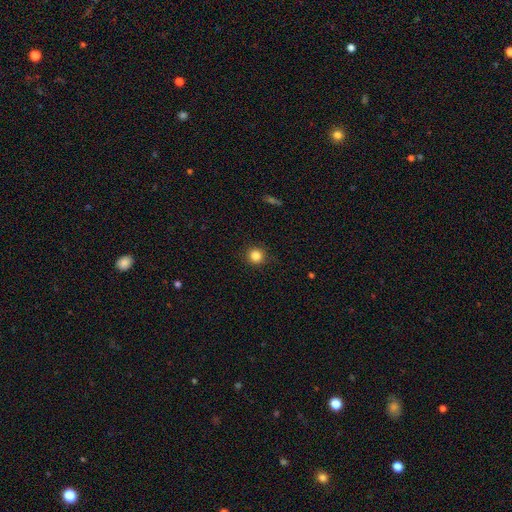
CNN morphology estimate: Smooth or featured? Predicted: smooth (p=0.84). How rounded? Predicted: round (p=0.94). Merging? Predicted: none (p=0.90).